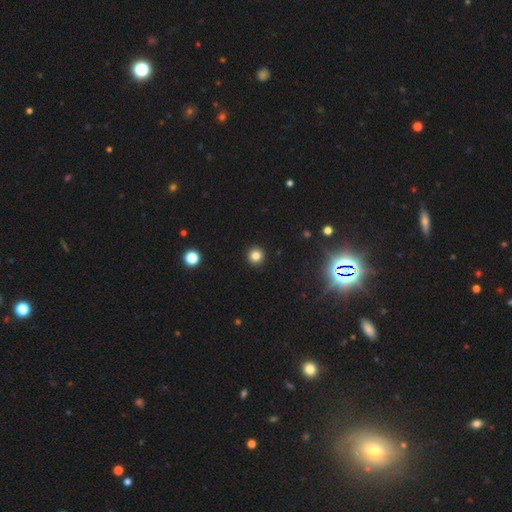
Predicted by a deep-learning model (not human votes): The model was most divided on "smooth or featured": smooth: 82%, star or artifact: 13%, featured or disk: 4%. More confident: how rounded — round (95%); merging — none (93%).